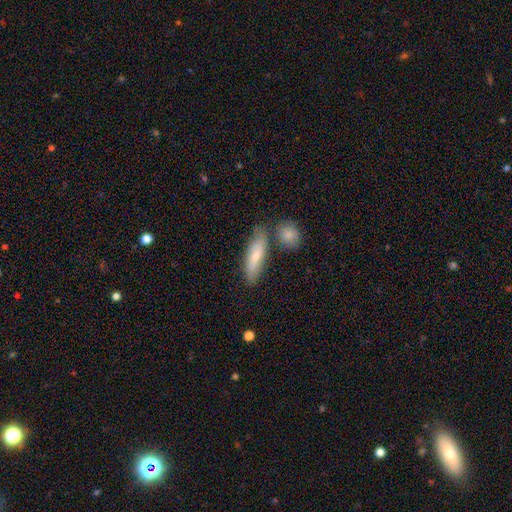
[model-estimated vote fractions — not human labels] This appears to be a smooth galaxy with no disk features (70%) that is cigar-shaped (65%). Merging: none (70%).